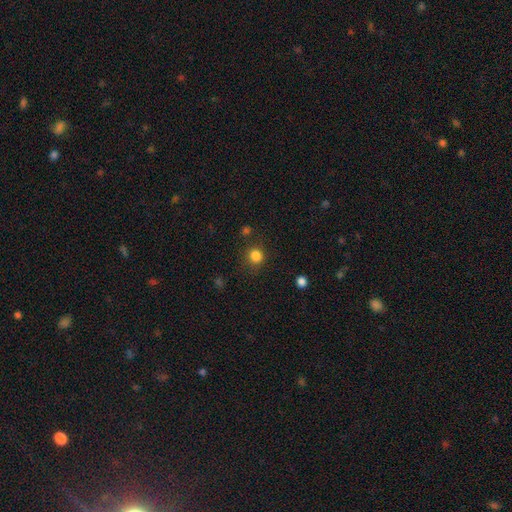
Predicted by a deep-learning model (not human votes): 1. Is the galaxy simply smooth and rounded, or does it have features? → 83% smooth, 13% star or artifact, 4% featured or disk.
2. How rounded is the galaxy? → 90% round, 9% in between, 1% cigar-shaped.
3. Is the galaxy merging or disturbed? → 84% none, 10% minor disturbance, 4% major disturbance, 3% merger.